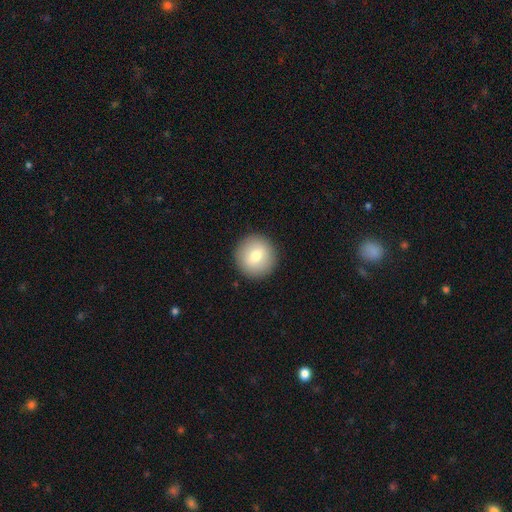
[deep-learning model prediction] smooth_or_featured: smooth (p=0.77) [alt: featured or disk p=0.15]
how_rounded: round (p=0.95) [alt: in between p=0.04]
merging: none (p=0.92) [alt: minor disturbance p=0.05]